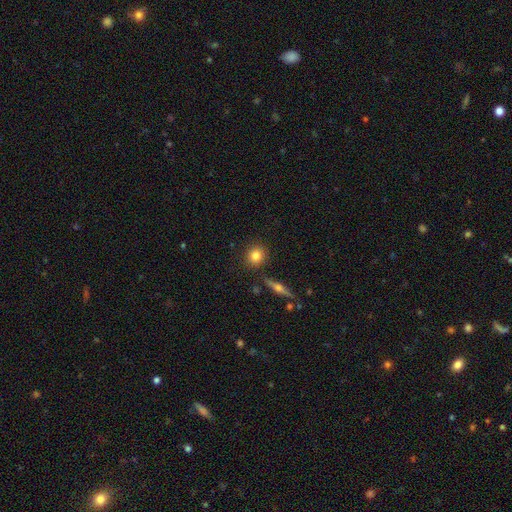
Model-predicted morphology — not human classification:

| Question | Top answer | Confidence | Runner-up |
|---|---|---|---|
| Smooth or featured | smooth | 80% | featured or disk (11%) |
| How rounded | round | 83% | in between (14%) |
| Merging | none | 85% | minor disturbance (8%) |